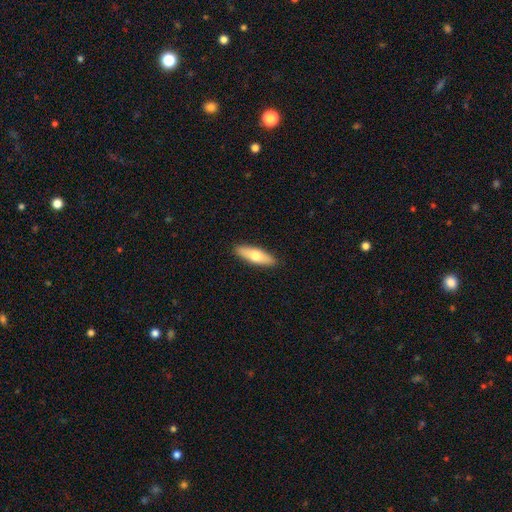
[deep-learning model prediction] A smooth galaxy with no disk features (63%) that is cigar-shaped (58%). Merging: none (90%).